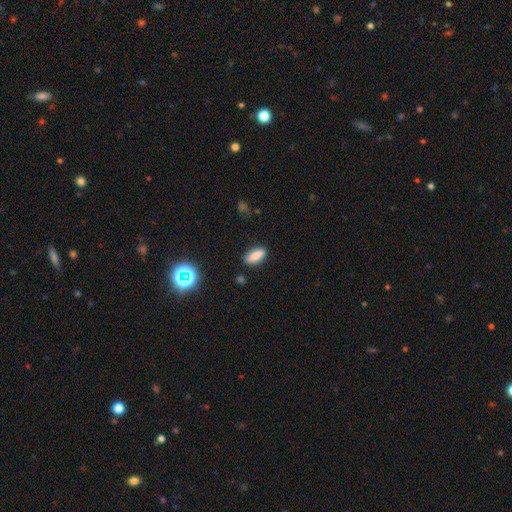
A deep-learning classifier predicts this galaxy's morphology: Smooth or featured: smooth — 79% (featured or disk — 10%)
How rounded: in between — 72% (cigar-shaped — 25%)
Merging: none — 83% (minor disturbance — 12%)